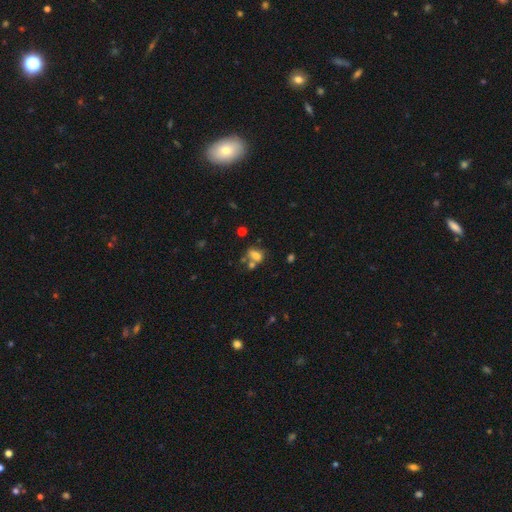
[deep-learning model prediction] smooth 65%, featured or disk 20%, star or artifact 14%. Down the decision tree: how rounded — in between (73%); merging — none (43%).